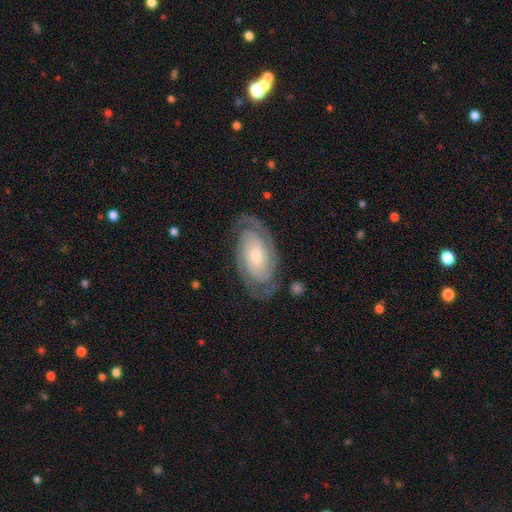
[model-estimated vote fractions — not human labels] This is clearly a featured or disk galaxy (87%). It is clearly not viewed edge-on (96%). Bar: likely no (65%). Spiral arm pattern: clearly yes (97%). Spiral arm count: likely 2 (79%). Spiral winding: likely tight (70%). Central bulge: possibly small (49%). Merging: likely none (79%).